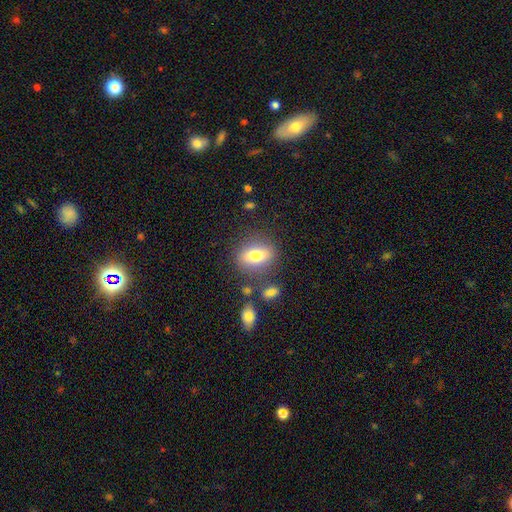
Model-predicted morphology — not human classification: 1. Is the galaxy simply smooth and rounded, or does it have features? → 72% smooth, 19% featured or disk, 9% star or artifact.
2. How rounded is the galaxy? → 71% in between, 24% round, 5% cigar-shaped.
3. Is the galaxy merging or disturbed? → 77% none, 13% minor disturbance, 6% merger, 5% major disturbance.